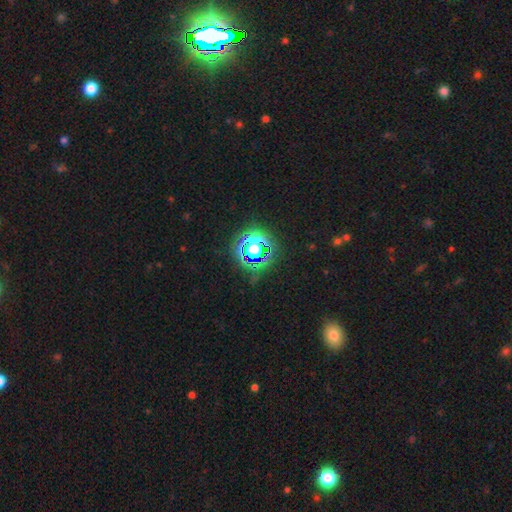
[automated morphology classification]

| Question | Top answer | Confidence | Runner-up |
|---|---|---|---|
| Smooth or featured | star or artifact | 78% | smooth (15%) |